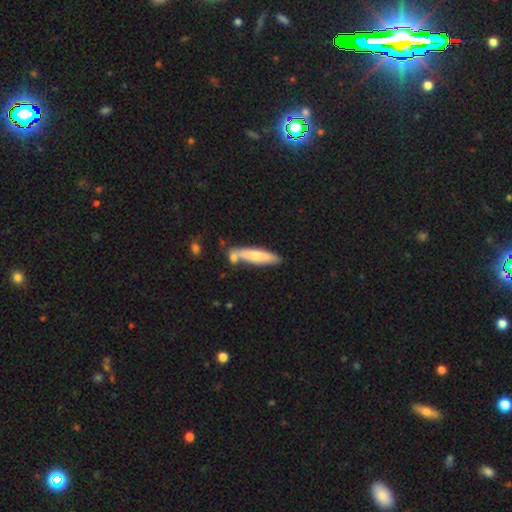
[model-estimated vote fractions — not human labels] smooth_or_featured: smooth (p=0.67) [alt: featured or disk p=0.28]
how_rounded: cigar-shaped (p=0.80) [alt: in between p=0.18]
merging: none (p=0.63) [alt: merger p=0.18]